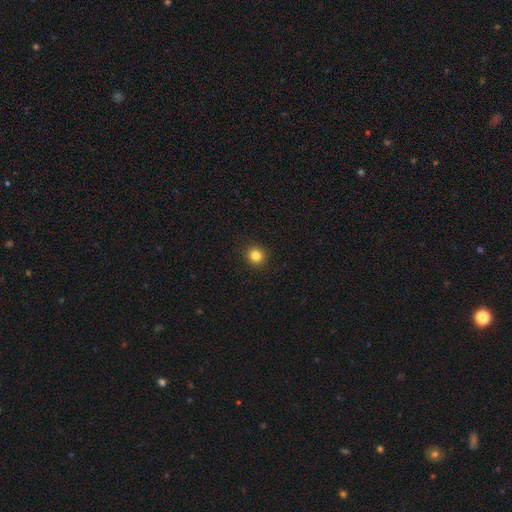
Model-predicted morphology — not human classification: Q: Smooth or featured?
A: smooth (83%); runner-up: star or artifact (12%)
Q: How rounded?
A: round (93%); runner-up: in between (6%)
Q: Merging?
A: none (92%); runner-up: minor disturbance (5%)